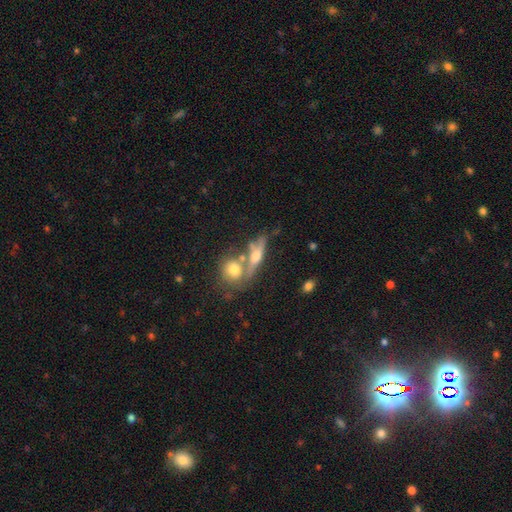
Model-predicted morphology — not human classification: Smooth or featured? featured or disk (52%)
Edge-on disk? yes (79%)
Merging? none (47%)